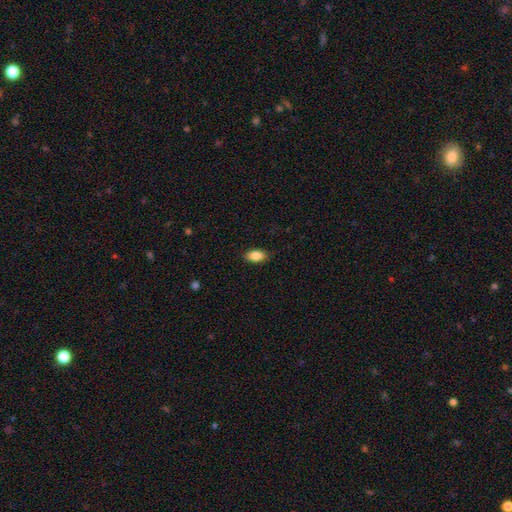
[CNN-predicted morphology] Overall: smooth (88%). How rounded: in between (92%). Merging: none (88%).